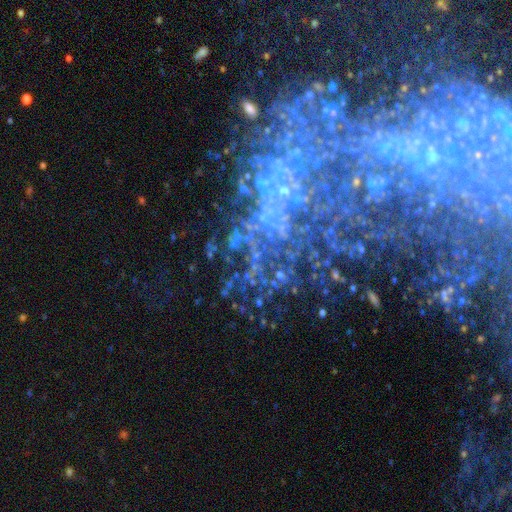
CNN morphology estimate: Smooth or featured? featured or disk (60%)
Edge-on disk? no (94%)
Bar? no (73%)
Spiral arms? yes (71%)
Bulge size? small (53%)
Merging? none (61%)